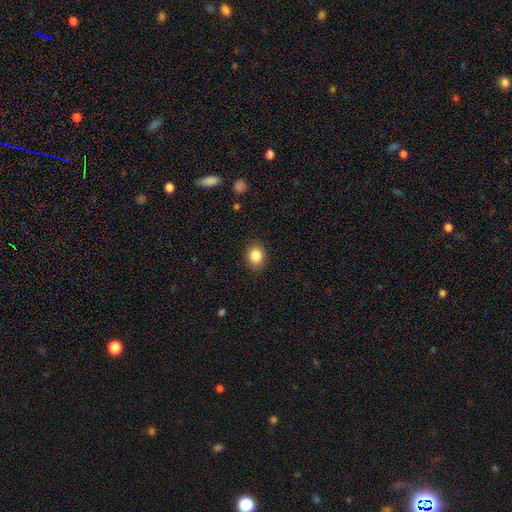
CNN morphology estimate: Smooth or featured? Predicted: smooth (p=0.85). How rounded? Predicted: in between (p=0.52). Merging? Predicted: none (p=0.88).